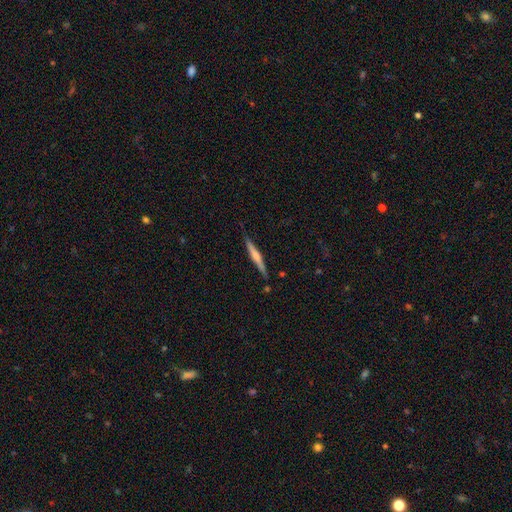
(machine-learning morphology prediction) type=featured or disk (49%); merging=none (84%).